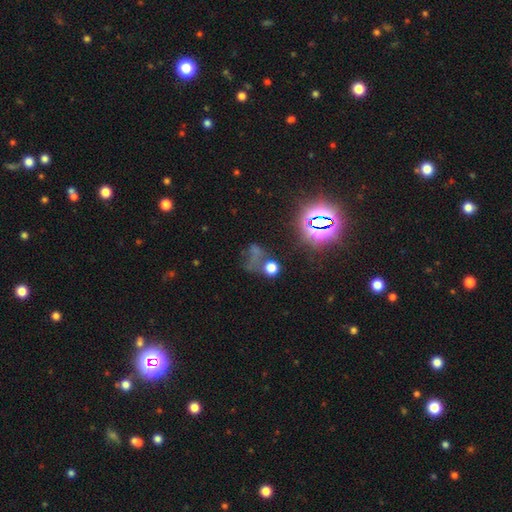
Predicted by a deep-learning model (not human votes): Smooth or featured?
  - star or artifact: 49% *
  - smooth: 33%
  - featured or disk: 18%